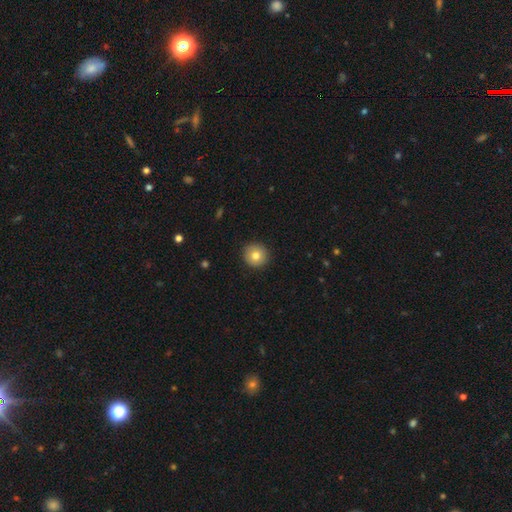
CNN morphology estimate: This is likely a smooth galaxy (78%). How rounded: clearly round (94%). Merging: clearly none (92%).